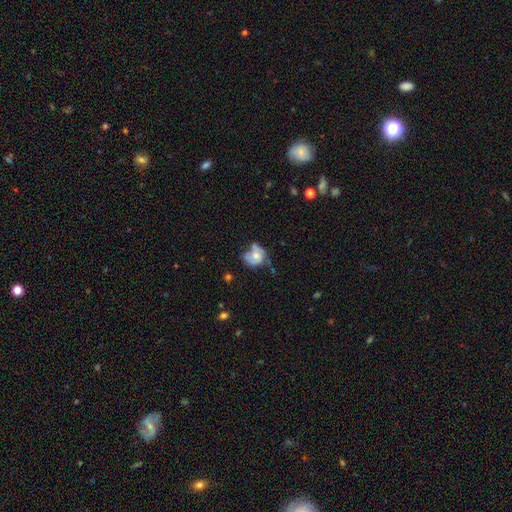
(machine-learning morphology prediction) Q: Smooth or featured?
A: smooth (48%); runner-up: featured or disk (43%)
Q: Merging?
A: none (36%); runner-up: minor disturbance (31%)